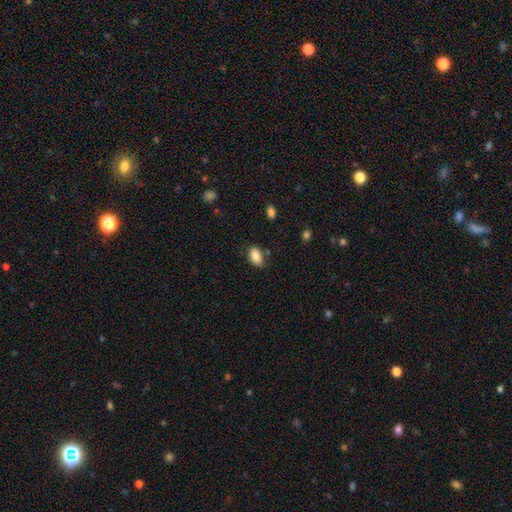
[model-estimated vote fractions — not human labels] smooth 87%, star or artifact 8%, featured or disk 5%. Down the decision tree: how rounded — in between (90%); merging — none (75%).